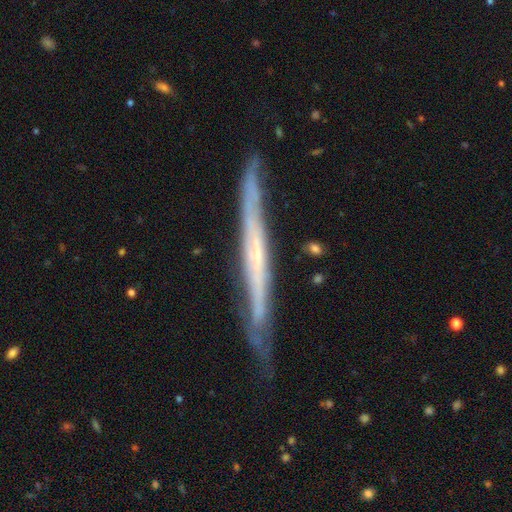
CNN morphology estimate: Overall: featured or disk (74%). Edge-on disk: yes (90%). Edge-on bulge: none (75%). Merging: none (72%).